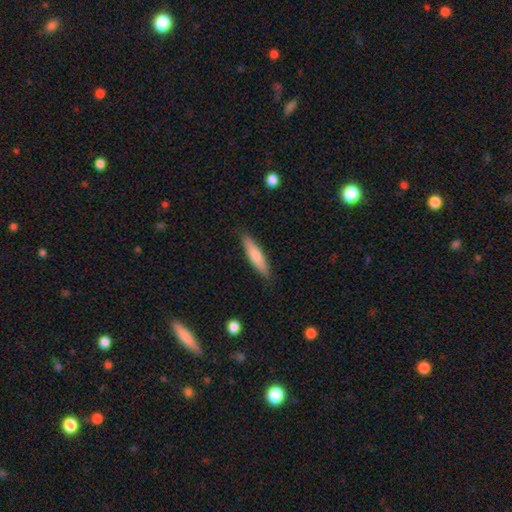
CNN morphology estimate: A smooth galaxy with no disk features (70%) that is cigar-shaped (81%).

Vote fractions:
- Smooth or featured? smooth: 70% / featured or disk: 24% / star or artifact: 5%
- How rounded? cigar-shaped: 81% / in between: 18% / round: 1%
- Merging? none: 88% / minor disturbance: 9% / major disturbance: 2% / merger: 1%